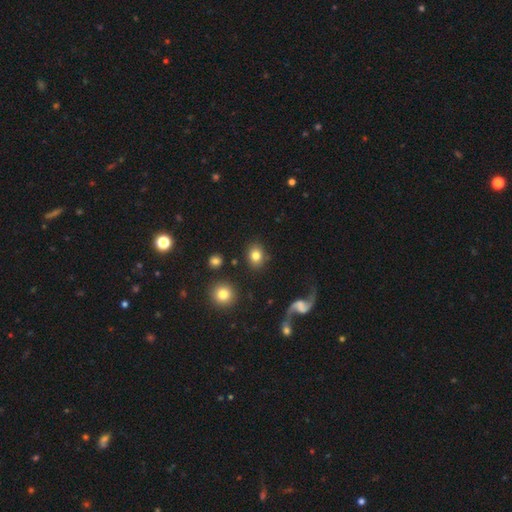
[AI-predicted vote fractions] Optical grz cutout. It shows a smooth galaxy with no disk features (79%) that is round (50%). Merging: none (84%).